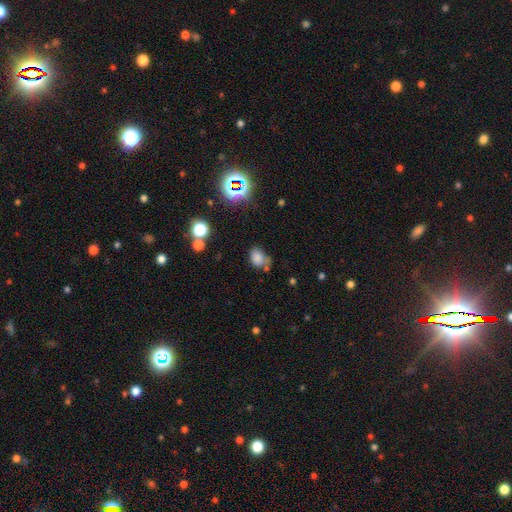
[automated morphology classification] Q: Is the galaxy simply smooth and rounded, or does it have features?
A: star or artifact — 46%.